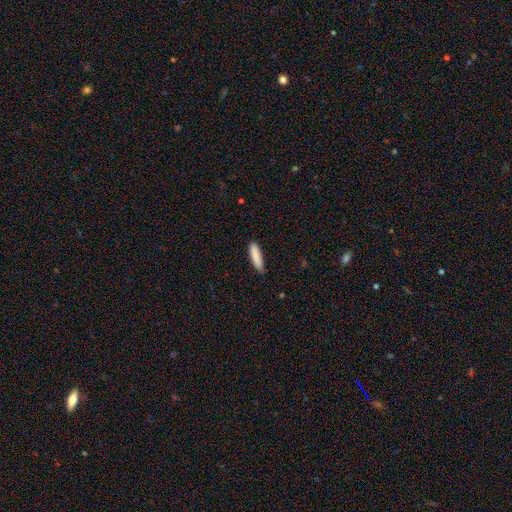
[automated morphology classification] Smooth or featured? smooth (88%)
How rounded? cigar-shaped (71%)
Merging? none (84%)